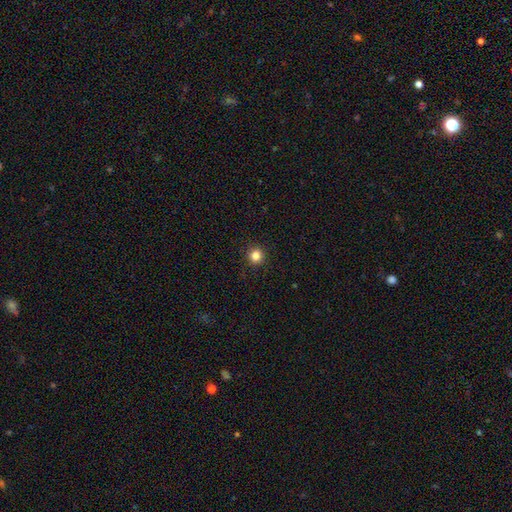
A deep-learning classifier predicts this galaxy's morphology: Smooth or featured: smooth — 83% (star or artifact — 12%)
How rounded: round — 94% (in between — 5%)
Merging: none — 93% (minor disturbance — 5%)